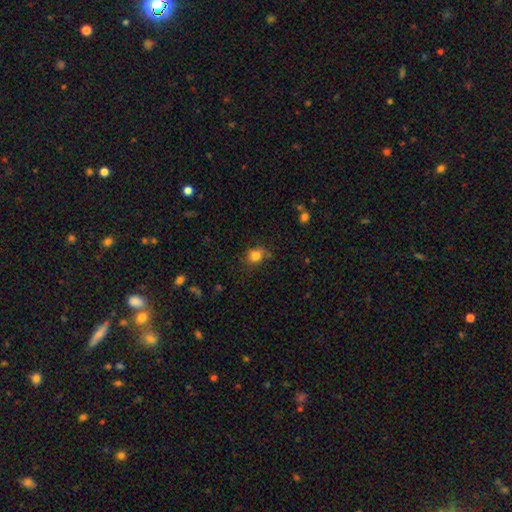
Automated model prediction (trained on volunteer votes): smooth-or-featured: smooth: 81% | star or artifact: 11% | featured or disk: 8%
  how-rounded: round: 52% | in between: 47% | cigar-shaped: 1%
  merging: none: 74% | minor disturbance: 18% | major disturbance: 4% | merger: 4%